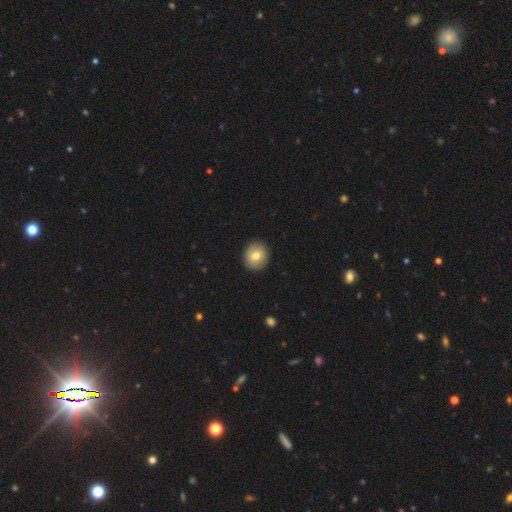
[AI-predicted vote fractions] smooth_or_featured: smooth (p=0.75) [alt: featured or disk p=0.17]
how_rounded: round (p=0.84) [alt: in between p=0.15]
merging: none (p=0.91) [alt: minor disturbance p=0.07]